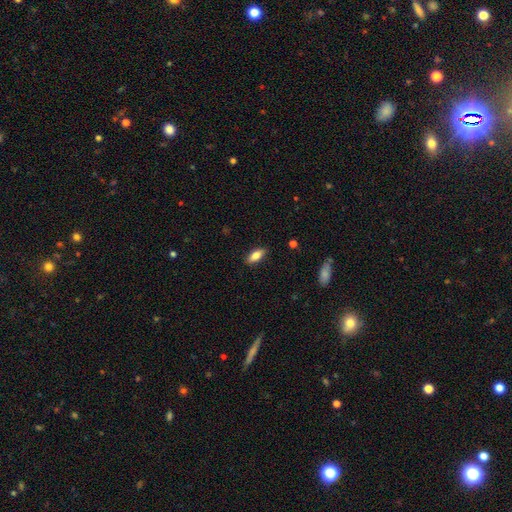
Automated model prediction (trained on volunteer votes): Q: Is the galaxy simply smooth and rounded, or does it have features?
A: smooth — 76%.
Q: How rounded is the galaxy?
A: in between — 79%.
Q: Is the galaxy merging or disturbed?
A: none — 86%.